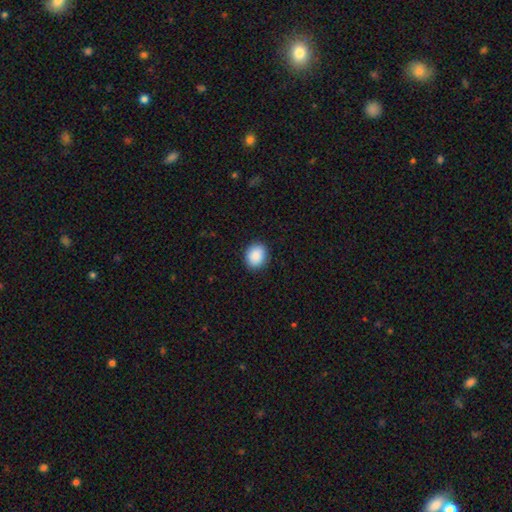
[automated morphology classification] type=smooth (90%); roundness=round (60%); merging=none (90%).